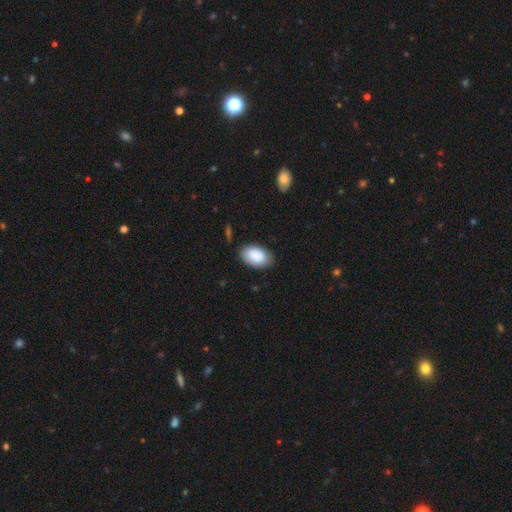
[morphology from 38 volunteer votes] This appears to be a smooth galaxy with no disk features (92%) that is in between round and cigar-shaped (94%). Merging: none (76%).